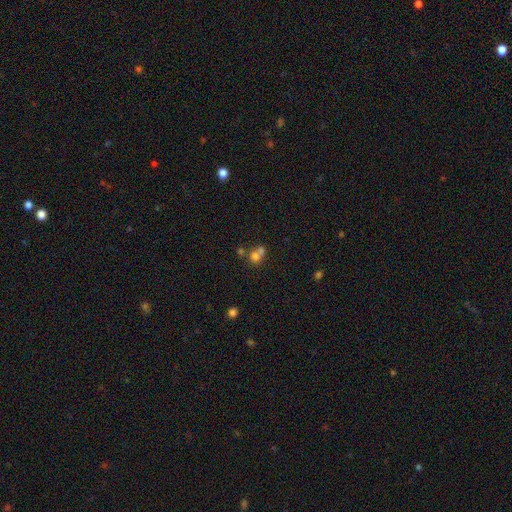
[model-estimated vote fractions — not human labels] Smooth or featured? smooth (70%)
How rounded? round (77%)
Merging? merger (58%)